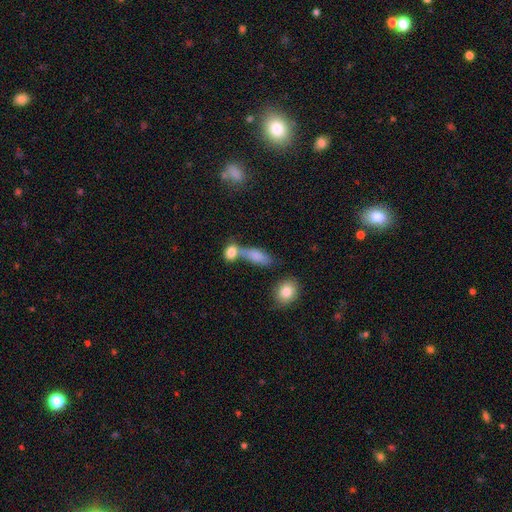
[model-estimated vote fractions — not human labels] The model was most divided on "merging": merger: 45%, none: 34%, minor disturbance: 13%, major disturbance: 8%. More confident: smooth or featured — smooth (79%); how rounded — in between (72%).